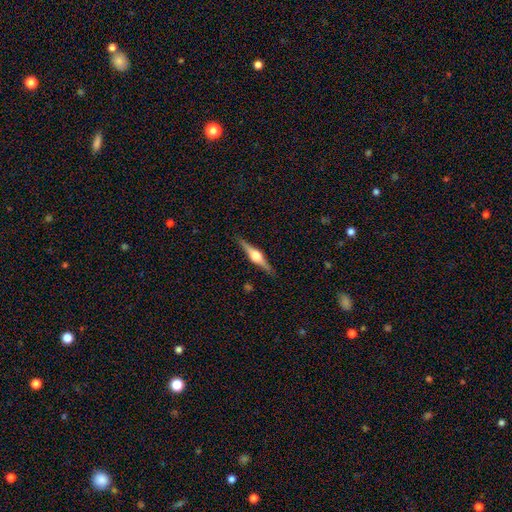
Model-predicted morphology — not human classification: Smooth or featured?
  - featured or disk: 79% *
  - smooth: 16%
  - star or artifact: 5%
Edge-on disk?
  - yes: 98% *
  - no: 2%
Edge-on bulge?
  - rounded: 93% *
  - boxy: 5%
  - none: 2%
Merging?
  - none: 90% *
  - minor disturbance: 7%
  - major disturbance: 2%
  - merger: 1%